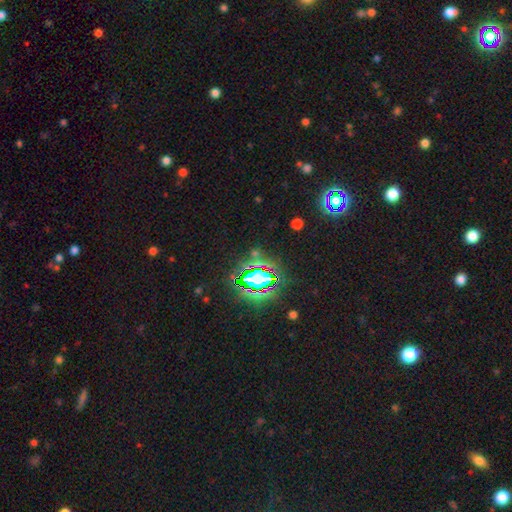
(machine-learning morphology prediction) smooth_or_featured: star or artifact (p=0.77) [alt: smooth p=0.14]